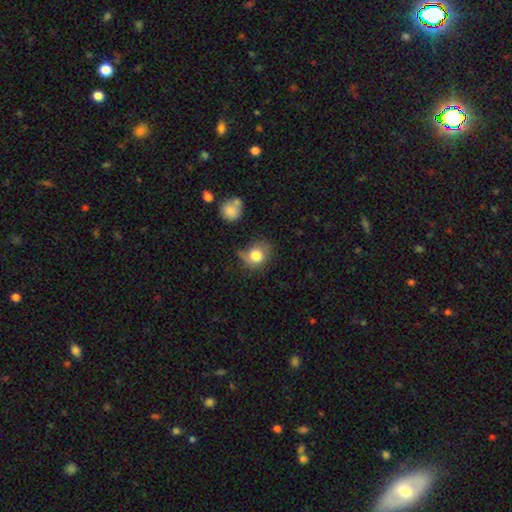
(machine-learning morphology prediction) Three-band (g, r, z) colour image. It shows a smooth galaxy with no disk features (79%) that is round (70%). Merging: none (51%).